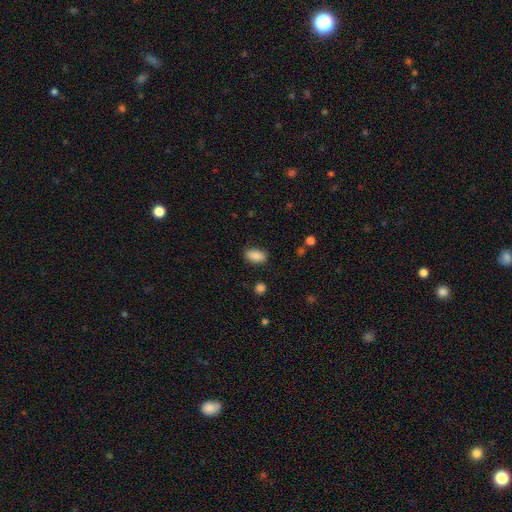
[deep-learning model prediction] This appears to be a smooth galaxy with no disk features (87%) that is in between round and cigar-shaped (92%). Merging: none (85%).